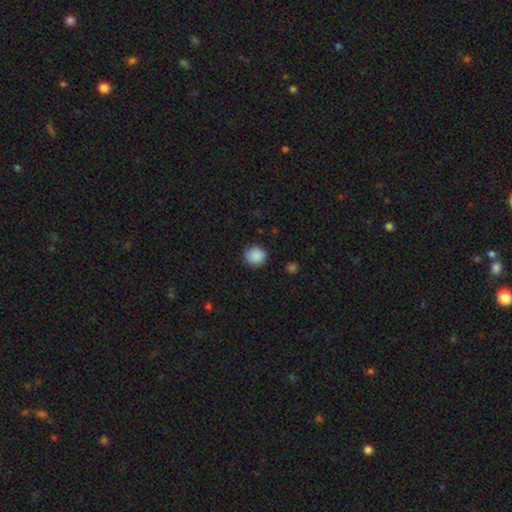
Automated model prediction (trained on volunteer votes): Morphology: type=smooth (89%); roundness=round (85%); merging=none (90%).